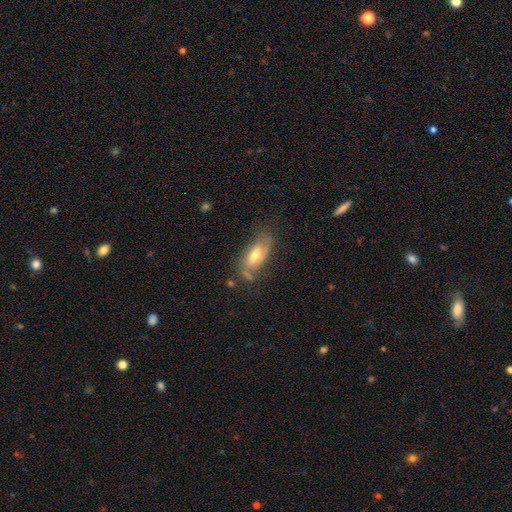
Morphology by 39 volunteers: smooth_or_featured: smooth (p=0.54) [alt: featured or disk p=0.36]
how_rounded: in between (p=0.86) [alt: cigar-shaped p=0.10]
merging: none (p=0.46) [alt: minor disturbance p=0.40]